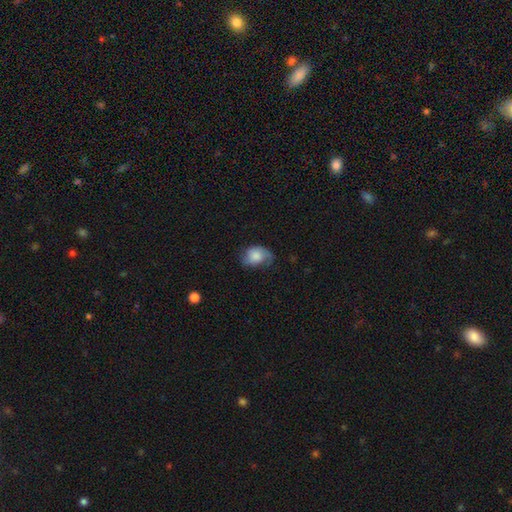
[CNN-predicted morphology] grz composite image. It shows a smooth galaxy with no disk features (62%) that is in between round and cigar-shaped (67%). Merging: none (46%).